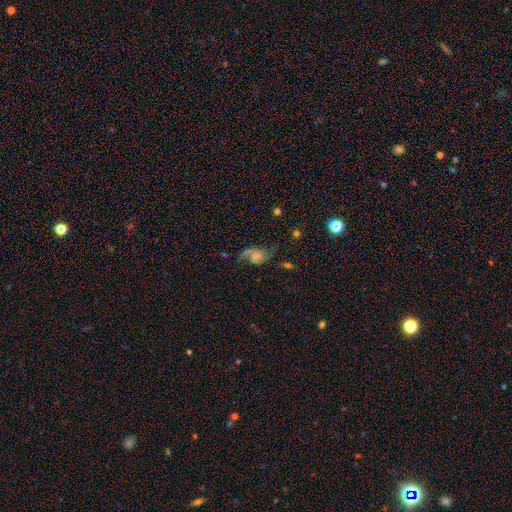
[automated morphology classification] Smooth or featured? featured or disk (78%)
Edge-on disk? no (97%)
Bar? no (62%)
Spiral arms? yes (94%)
Spiral winding? loose (74%)
Spiral arm count? 2 (85%)
Bulge size? none (39%)
Merging? none (56%)